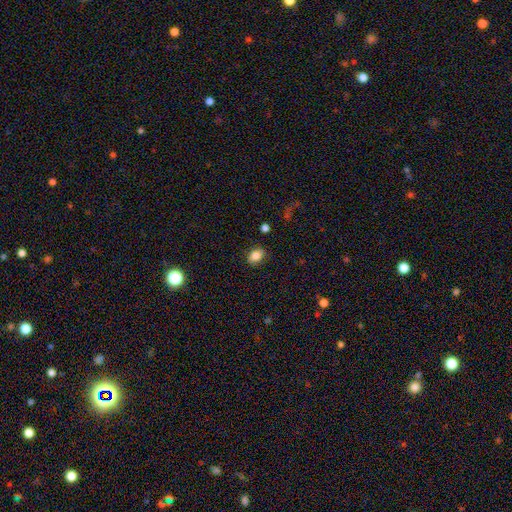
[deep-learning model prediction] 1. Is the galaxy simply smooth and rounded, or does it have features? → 82% smooth, 9% star or artifact, 8% featured or disk.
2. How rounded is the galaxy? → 75% in between, 24% round, 2% cigar-shaped.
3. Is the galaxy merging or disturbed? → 85% none, 10% minor disturbance, 3% major disturbance, 2% merger.